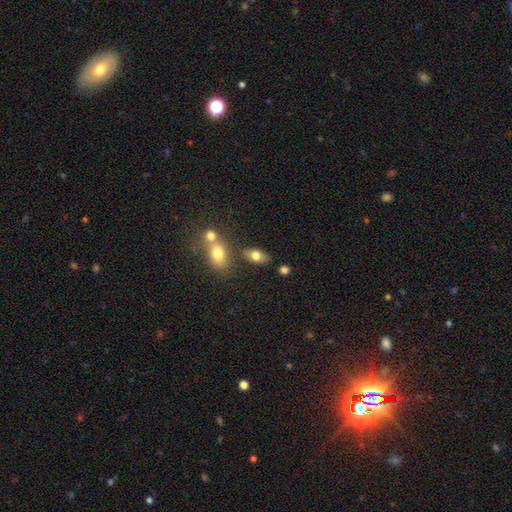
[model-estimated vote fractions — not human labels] Morphology: type=smooth (74%); roundness=in between (85%); merging=none (69%).